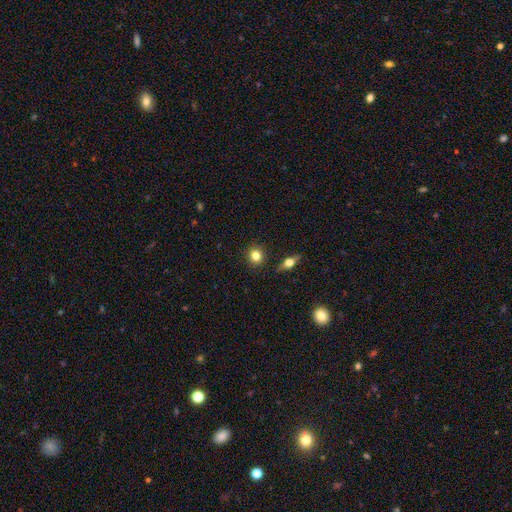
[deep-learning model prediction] Smooth or featured: smooth — 80% (star or artifact — 10%)
How rounded: round — 83% (in between — 15%)
Merging: none — 90% (minor disturbance — 7%)